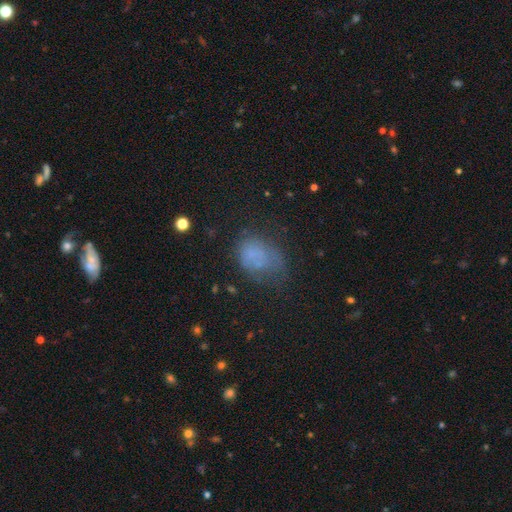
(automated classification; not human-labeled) Morphology: type=smooth (60%); roundness=in between (71%); merging=none (41%).